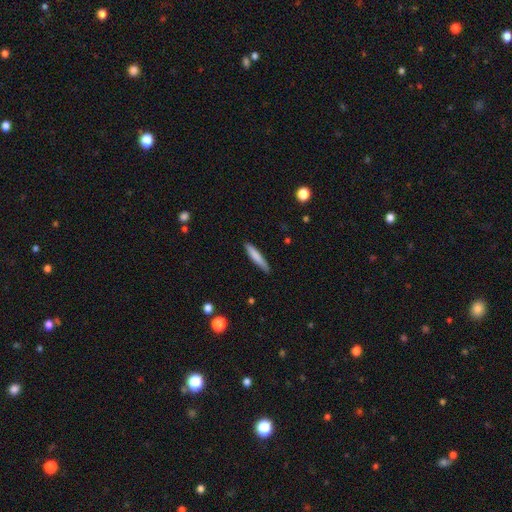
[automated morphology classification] The model was most divided on "smooth or featured": smooth: 78%, featured or disk: 17%, star or artifact: 6%. More confident: how rounded — cigar-shaped (90%); merging — none (83%).